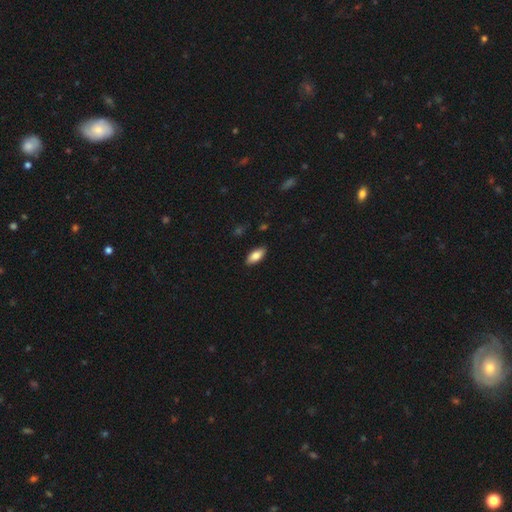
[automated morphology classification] smooth 81%, featured or disk 12%, star or artifact 6%. Down the decision tree: how rounded — in between (87%); merging — none (88%).